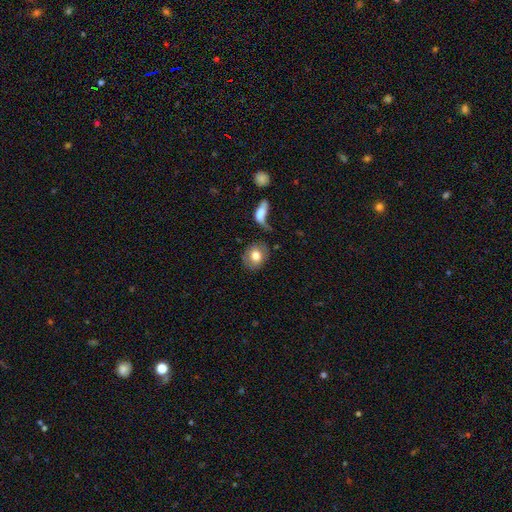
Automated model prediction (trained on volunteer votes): Smooth or featured: smooth — 76% (featured or disk — 17%)
How rounded: round — 52% (in between — 46%)
Merging: none — 62% (minor disturbance — 16%)